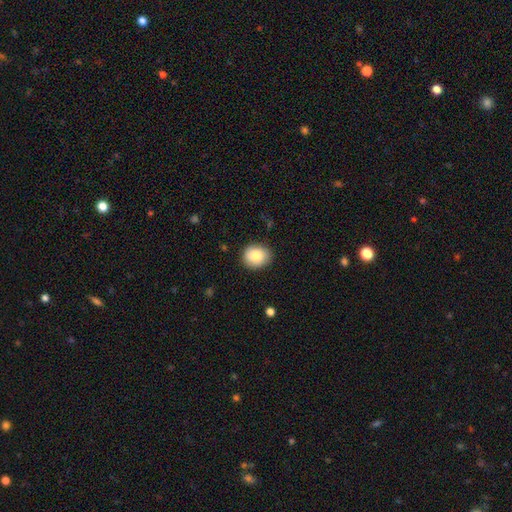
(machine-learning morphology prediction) Overall: smooth (85%). How rounded: round (68%; in between 31%). Merging: none (87%).